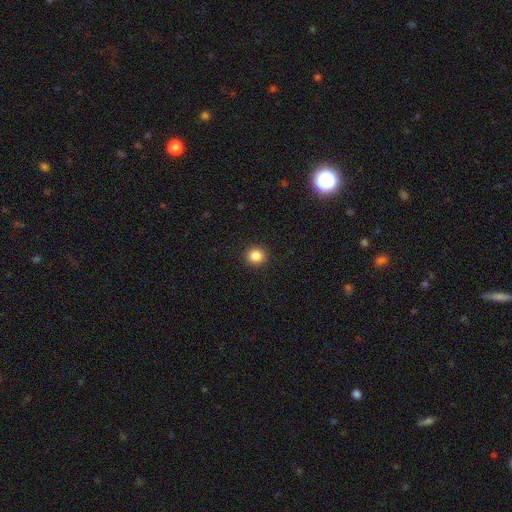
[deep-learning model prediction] smooth-or-featured: smooth: 85% | star or artifact: 11% | featured or disk: 4%
  how-rounded: round: 86% | in between: 13% | cigar-shaped: 1%
  merging: none: 92% | minor disturbance: 5% | major disturbance: 2% | merger: 1%